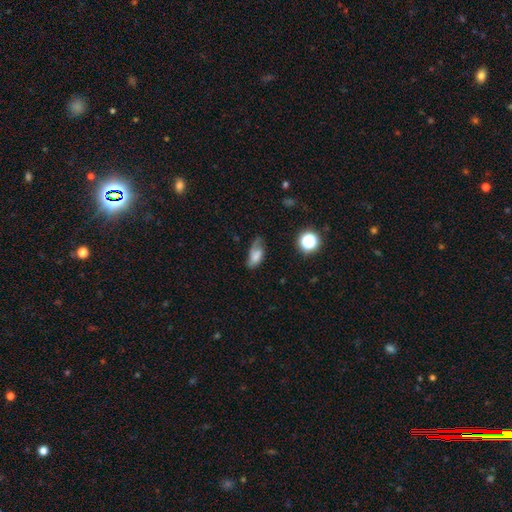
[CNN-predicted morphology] smooth 61%, featured or disk 27%, star or artifact 12%. Down the decision tree: how rounded — in between (86%); merging — none (43%).